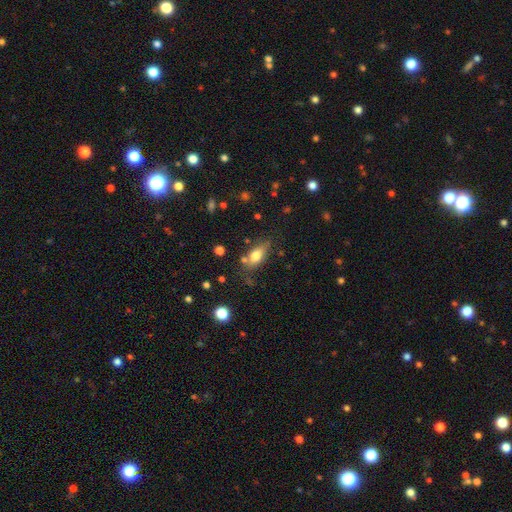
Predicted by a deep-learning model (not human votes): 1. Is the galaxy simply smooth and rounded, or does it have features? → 74% smooth, 17% featured or disk, 9% star or artifact.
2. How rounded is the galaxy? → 81% in between, 11% cigar-shaped, 7% round.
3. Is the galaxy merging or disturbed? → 66% none, 21% minor disturbance, 8% merger, 6% major disturbance.